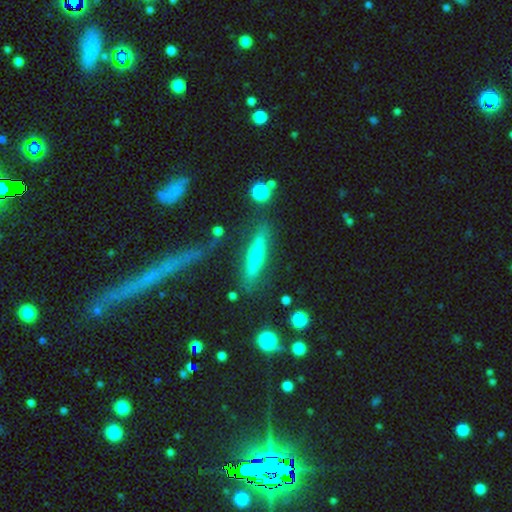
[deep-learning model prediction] featured or disk 52%, smooth 39%, star or artifact 9%. Down the decision tree: edge-on disk — yes (86%); merging — none (74%).